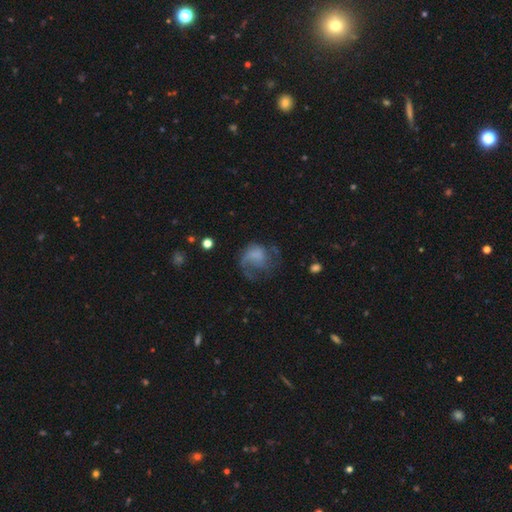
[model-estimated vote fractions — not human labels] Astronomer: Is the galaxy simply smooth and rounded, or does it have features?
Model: featured or disk — 47% (runner-up: smooth, 42%).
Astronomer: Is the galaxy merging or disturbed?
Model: major disturbance — 46% (runner-up: none, 32%).